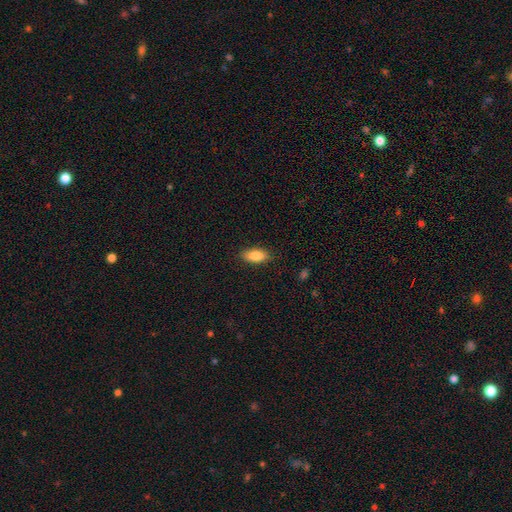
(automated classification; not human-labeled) A smooth galaxy with no disk features (86%) that is in between round and cigar-shaped (84%). Merging: none (86%).